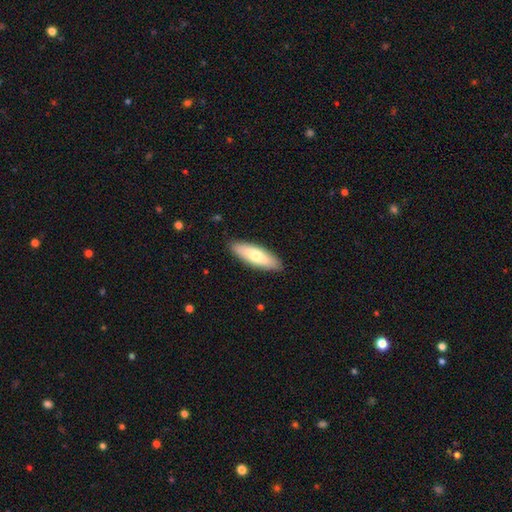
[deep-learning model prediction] A smooth galaxy with no disk features (69%) that is in between round and cigar-shaped (50%).

Vote fractions:
- Smooth or featured? smooth: 69% / featured or disk: 26% / star or artifact: 5%
- How rounded? in between: 50% / cigar-shaped: 48% / round: 2%
- Merging? none: 89% / minor disturbance: 8% / major disturbance: 2% / merger: 1%